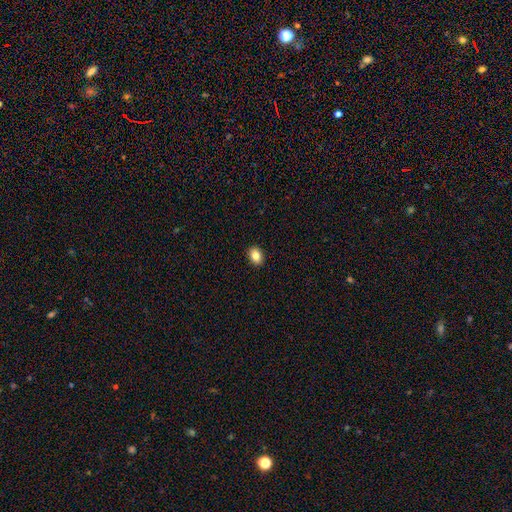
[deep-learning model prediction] smooth 84%, star or artifact 9%, featured or disk 7%. Down the decision tree: how rounded — in between (75%); merging — none (91%).